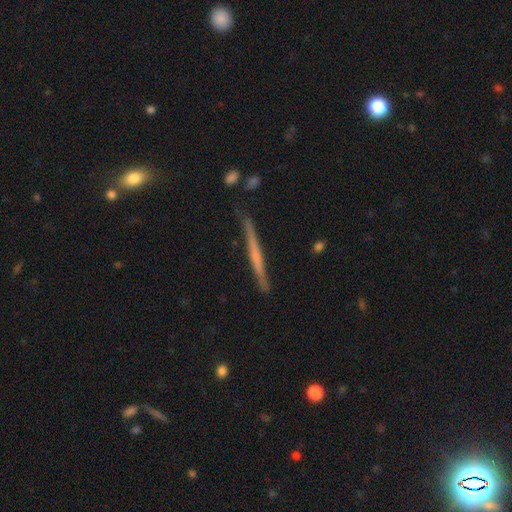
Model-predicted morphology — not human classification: The model was most divided on "smooth or featured": featured or disk: 54%, smooth: 40%, star or artifact: 6%. More confident: edge-on disk — yes (97%); merging — none (84%); edge-on bulge — none (79%).